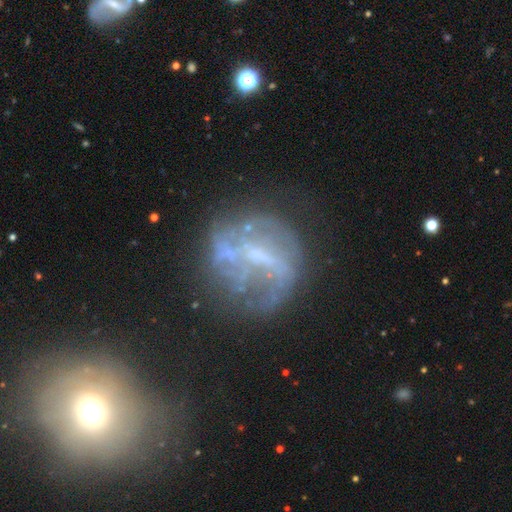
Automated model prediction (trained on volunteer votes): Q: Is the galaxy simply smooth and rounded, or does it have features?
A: featured or disk — 67%.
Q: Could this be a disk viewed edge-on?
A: no — 96%.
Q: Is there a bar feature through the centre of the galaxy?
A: weak — 40%.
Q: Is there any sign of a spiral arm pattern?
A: no — 53%.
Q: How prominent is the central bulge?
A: none — 39%.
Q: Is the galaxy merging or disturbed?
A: none — 49%.